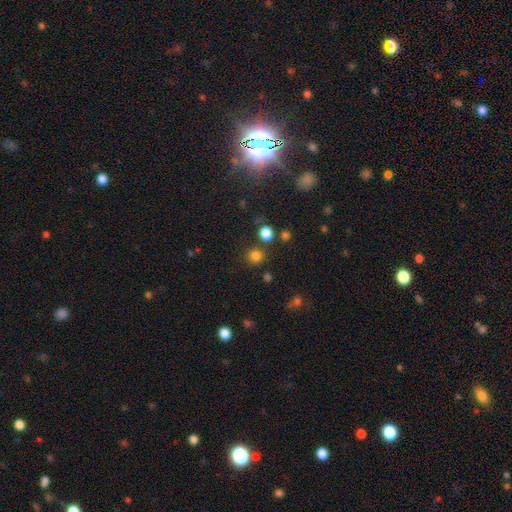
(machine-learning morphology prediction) Smooth or featured?
  - smooth: 80% *
  - star or artifact: 15%
  - featured or disk: 5%
How rounded?
  - round: 88% *
  - in between: 11%
  - cigar-shaped: 1%
Merging?
  - none: 82% *
  - minor disturbance: 8%
  - merger: 7%
  - major disturbance: 3%